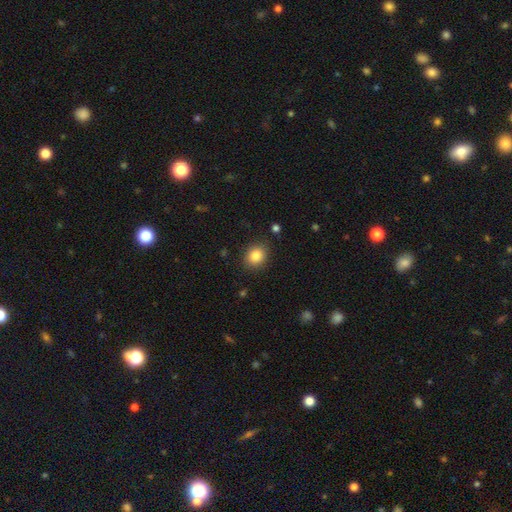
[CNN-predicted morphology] Overall: smooth (85%). How rounded: round (64%; in between 35%). Merging: none (88%).